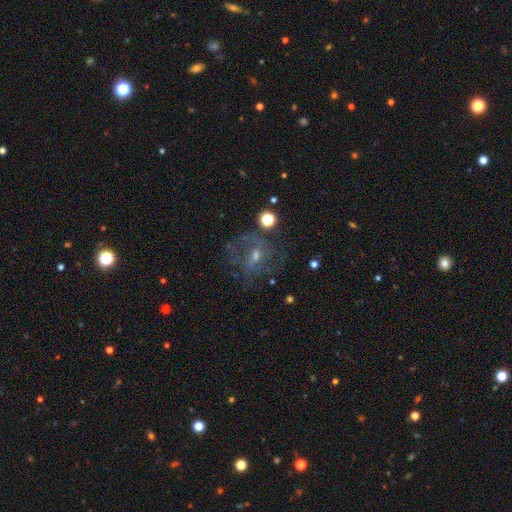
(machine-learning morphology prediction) type=featured or disk (63%); edge-on=no (96%); bar=weak (46%); spiral arms=yes (72%); bulge=small (48%); merging=none (61%).